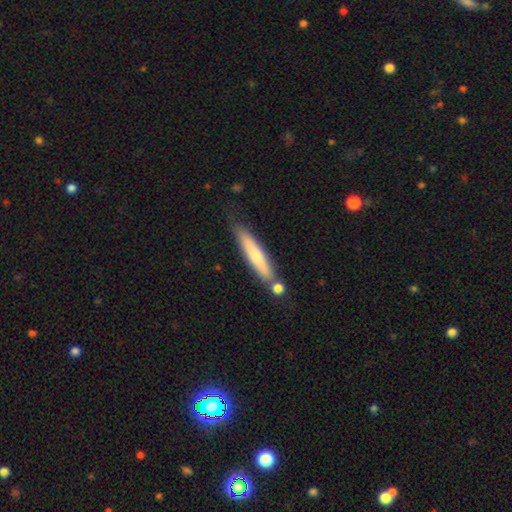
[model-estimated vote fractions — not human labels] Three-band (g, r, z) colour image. It shows a smooth galaxy with no disk features (62%) that is cigar-shaped (90%). Merging: none (70%).